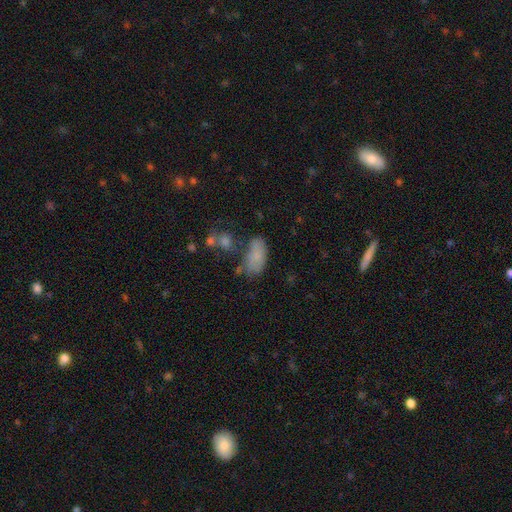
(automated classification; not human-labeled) A smooth galaxy with no disk features (75%) that is in between round and cigar-shaped (89%).

Vote fractions:
- Smooth or featured? smooth: 75% / featured or disk: 15% / star or artifact: 10%
- How rounded? in between: 89% / cigar-shaped: 6% / round: 4%
- Merging? none: 51% / minor disturbance: 24% / merger: 14% / major disturbance: 11%